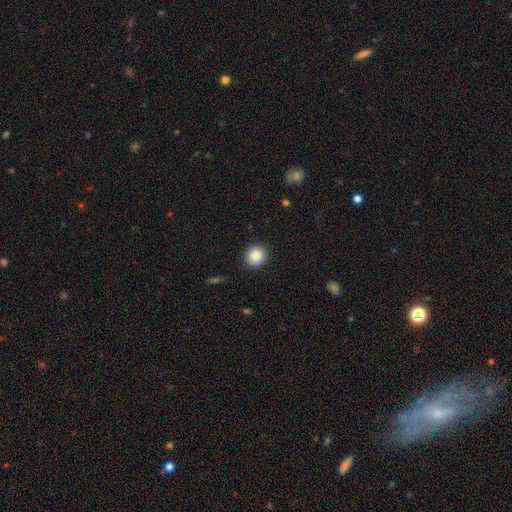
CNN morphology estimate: Q: Smooth or featured?
A: smooth (86%); runner-up: star or artifact (9%)
Q: How rounded?
A: round (87%); runner-up: in between (12%)
Q: Merging?
A: none (91%); runner-up: minor disturbance (6%)